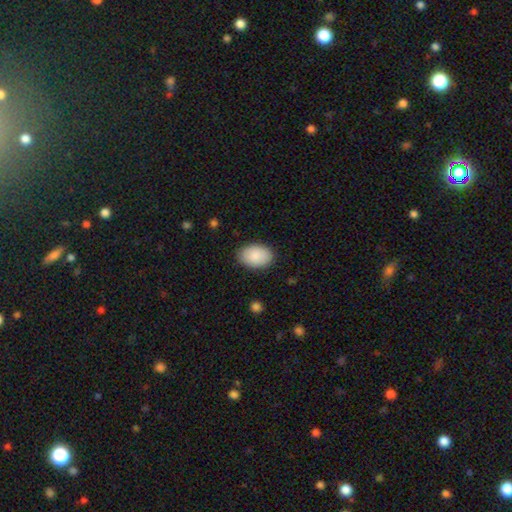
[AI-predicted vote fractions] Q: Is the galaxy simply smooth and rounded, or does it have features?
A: smooth — 89%.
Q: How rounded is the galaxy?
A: in between — 89%.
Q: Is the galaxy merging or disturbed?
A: none — 87%.